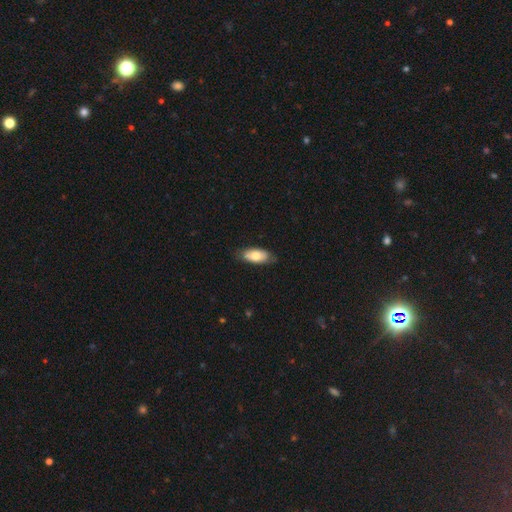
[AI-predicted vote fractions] smooth-or-featured: smooth: 69% | featured or disk: 26% | star or artifact: 6%
  how-rounded: in between: 89% | cigar-shaped: 9% | round: 3%
  merging: none: 79% | minor disturbance: 17% | major disturbance: 3% | merger: 1%